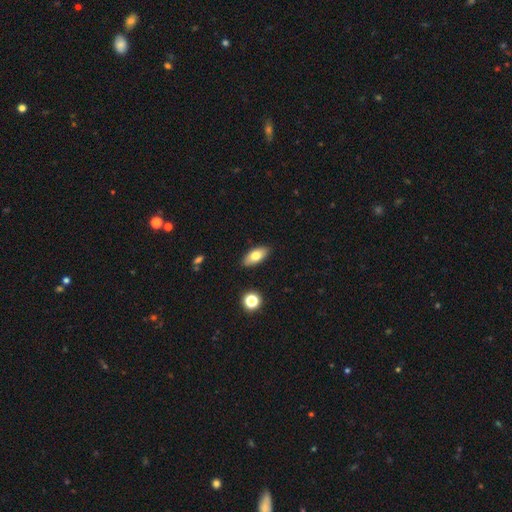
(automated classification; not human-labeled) Smooth or featured? Predicted: smooth (p=0.75). How rounded? Predicted: in between (p=0.88). Merging? Predicted: none (p=0.86).